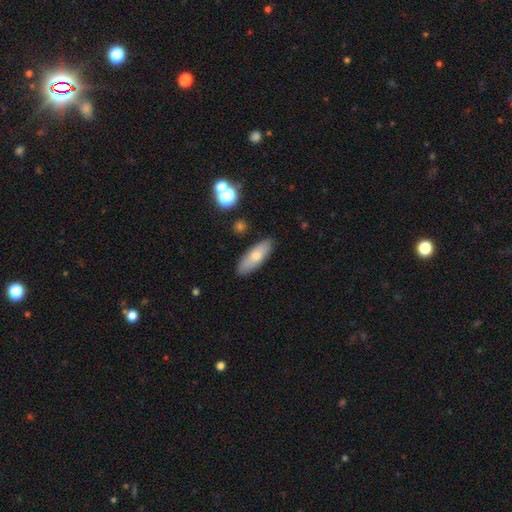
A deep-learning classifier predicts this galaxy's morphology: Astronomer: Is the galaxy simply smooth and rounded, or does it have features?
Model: smooth — 73%.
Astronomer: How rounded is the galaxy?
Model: in between — 62%.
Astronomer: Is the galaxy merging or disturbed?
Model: none — 87%.